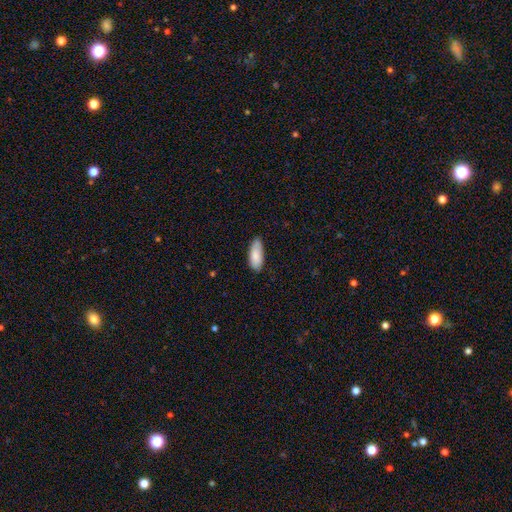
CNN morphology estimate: A smooth galaxy with no disk features (84%) that is in between round and cigar-shaped (79%).

Vote fractions:
- Smooth or featured? smooth: 84% / featured or disk: 10% / star or artifact: 6%
- How rounded? in between: 79% / cigar-shaped: 19% / round: 2%
- Merging? none: 70% / minor disturbance: 25% / major disturbance: 3% / merger: 2%